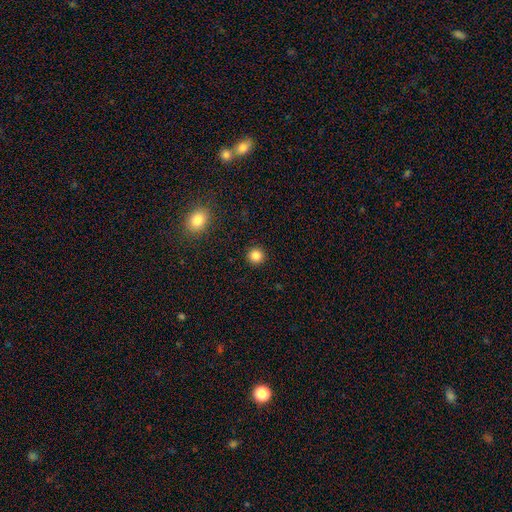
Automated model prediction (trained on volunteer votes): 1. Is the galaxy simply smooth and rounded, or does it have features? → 85% smooth, 11% star or artifact, 4% featured or disk.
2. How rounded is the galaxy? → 94% round, 5% in between, 1% cigar-shaped.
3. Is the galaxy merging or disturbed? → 93% none, 4% minor disturbance, 2% major disturbance, 1% merger.